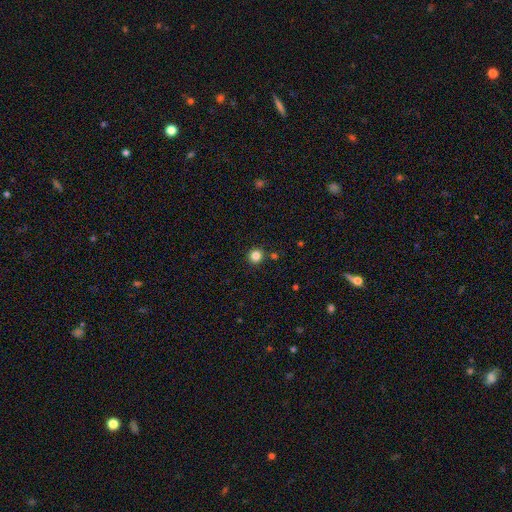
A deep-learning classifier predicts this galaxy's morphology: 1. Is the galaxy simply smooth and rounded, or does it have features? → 83% smooth, 12% star or artifact, 4% featured or disk.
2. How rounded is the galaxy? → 94% round, 5% in between, 1% cigar-shaped.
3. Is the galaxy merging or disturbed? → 90% none, 5% minor disturbance, 3% merger, 2% major disturbance.